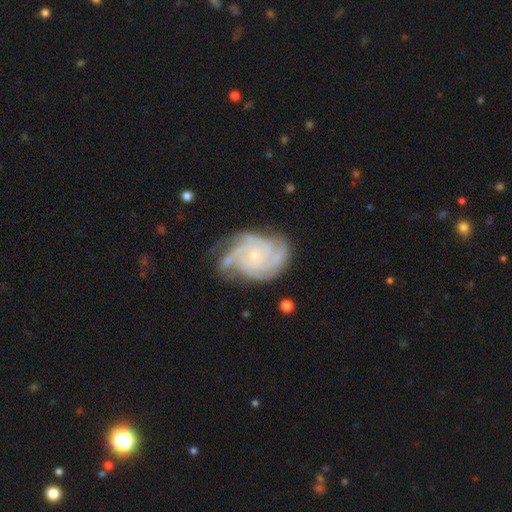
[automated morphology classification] A featured or disk galaxy (89%) with no bar (78%), 4 (40%) tight (65%) spiral arms (98%) and a small central bulge (81%).

Vote fractions:
- Smooth or featured? featured or disk: 89% / smooth: 5% / star or artifact: 5%
- Edge-on disk? no: 98% / yes: 2%
- Bar? no: 78% / weak: 18% / strong: 4%
- Spiral arms? yes: 98% / no: 2%
- Spiral winding? tight: 65% / medium: 29% / loose: 5%
- Spiral arm count? 4: 40% / 3: 28% / can't tell: 12% / 2: 8% / more than 4: 7% / 1: 5%
- Bulge size? small: 81% / moderate: 15% / none: 2% / large: 1% / dominant: 1%
- Merging? none: 68% / minor disturbance: 22% / major disturbance: 8% / merger: 2%